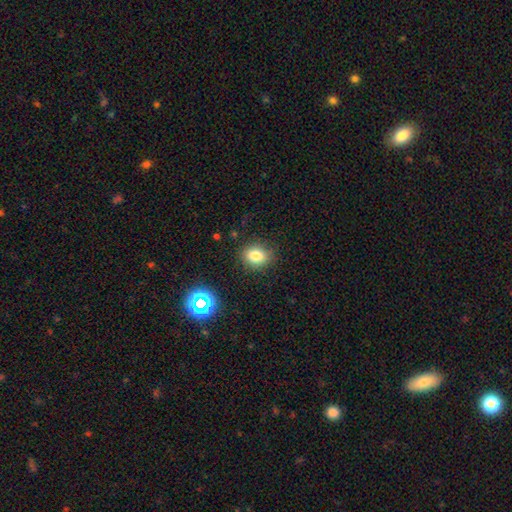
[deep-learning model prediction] Smooth or featured? Predicted: smooth (p=0.79). How rounded? Predicted: round (p=0.53). Merging? Predicted: none (p=0.85).